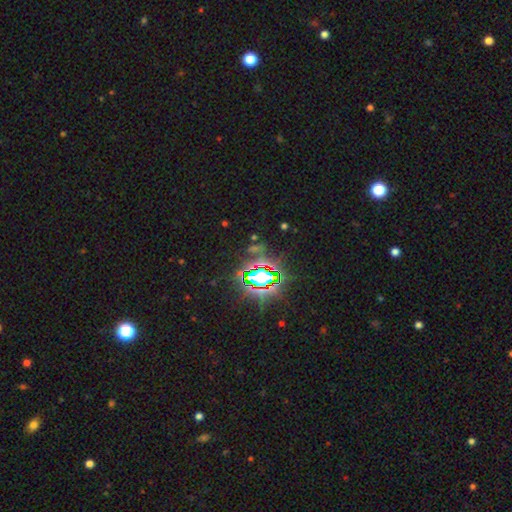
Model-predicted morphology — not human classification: Overall: star or artifact (84%).